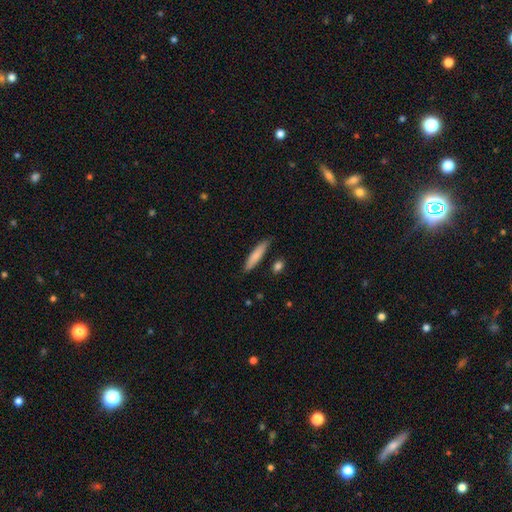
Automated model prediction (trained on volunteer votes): Smooth or featured: smooth — 80% (featured or disk — 14%)
How rounded: cigar-shaped — 86% (in between — 13%)
Merging: none — 83% (minor disturbance — 13%)